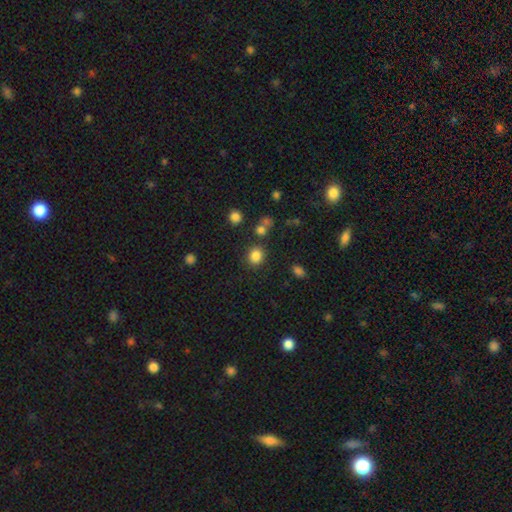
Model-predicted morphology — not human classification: This is clearly a smooth galaxy (83%). How rounded: clearly round (81%). Merging: clearly none (82%).